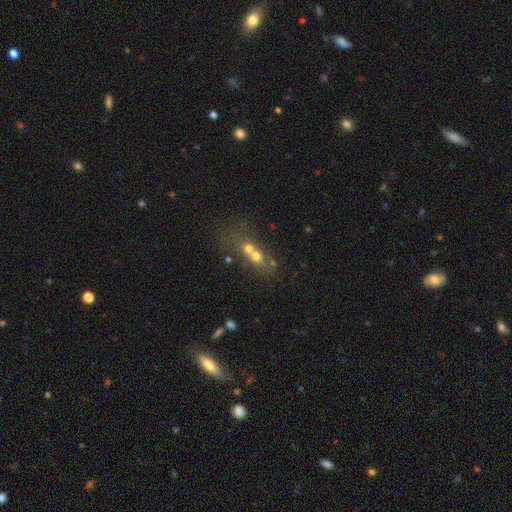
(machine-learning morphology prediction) Smooth or featured?
  - smooth: 56% *
  - featured or disk: 27%
  - star or artifact: 16%
How rounded?
  - round: 54% *
  - in between: 39%
  - cigar-shaped: 7%
Merging?
  - merger: 61% *
  - none: 26%
  - minor disturbance: 7%
  - major disturbance: 5%